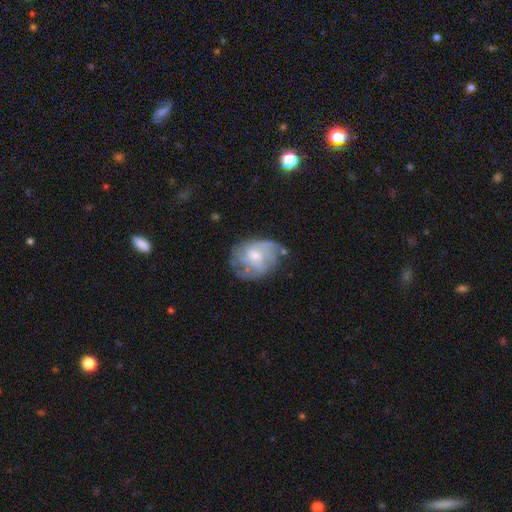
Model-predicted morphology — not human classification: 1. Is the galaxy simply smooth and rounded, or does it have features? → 61% featured or disk, 31% smooth, 7% star or artifact.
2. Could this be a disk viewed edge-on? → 97% no, 3% yes.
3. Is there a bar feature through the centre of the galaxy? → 72% no, 24% weak, 3% strong.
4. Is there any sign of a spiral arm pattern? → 68% yes, 32% no.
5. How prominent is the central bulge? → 48% small, 43% moderate, 4% none, 4% large, 1% dominant.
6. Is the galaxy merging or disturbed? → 56% none, 25% minor disturbance, 15% major disturbance, 3% merger.